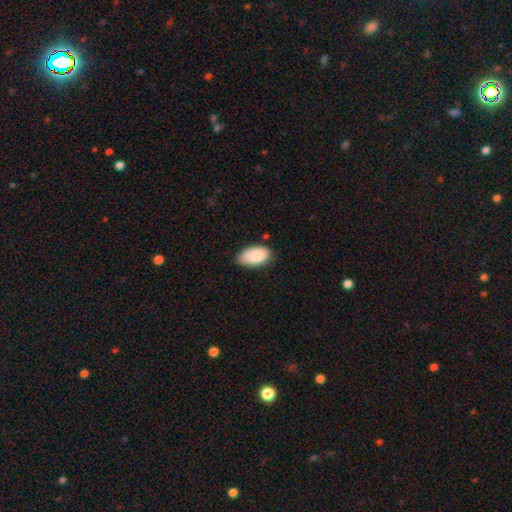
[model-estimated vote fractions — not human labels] Q: Smooth or featured?
A: smooth (86%); runner-up: featured or disk (8%)
Q: How rounded?
A: in between (95%); runner-up: round (3%)
Q: Merging?
A: none (68%); runner-up: minor disturbance (25%)